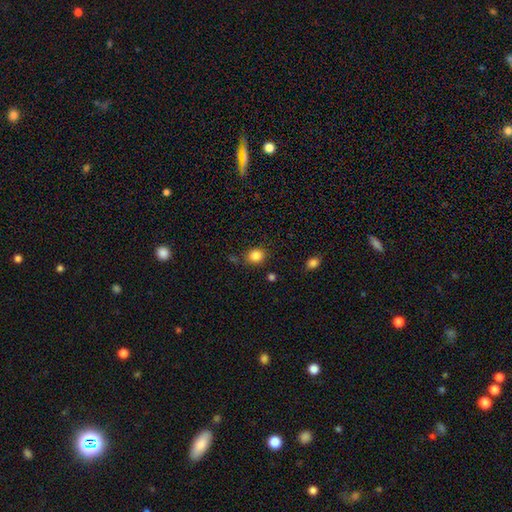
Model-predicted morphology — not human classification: A smooth galaxy with no disk features (86%) that is round (69%). Merging: none (80%).